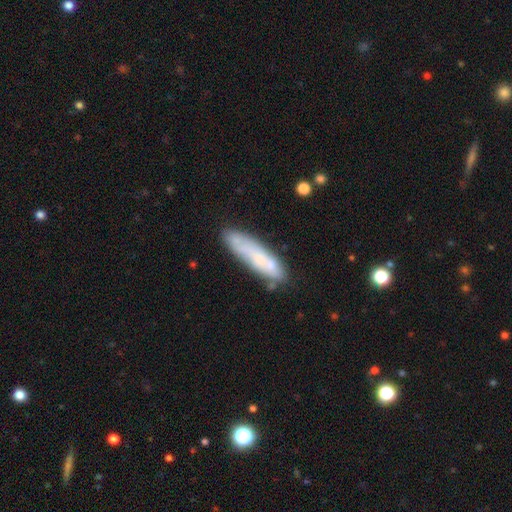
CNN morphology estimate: smooth 61%, featured or disk 32%, star or artifact 8%. Down the decision tree: how rounded — cigar-shaped (74%); merging — none (65%).